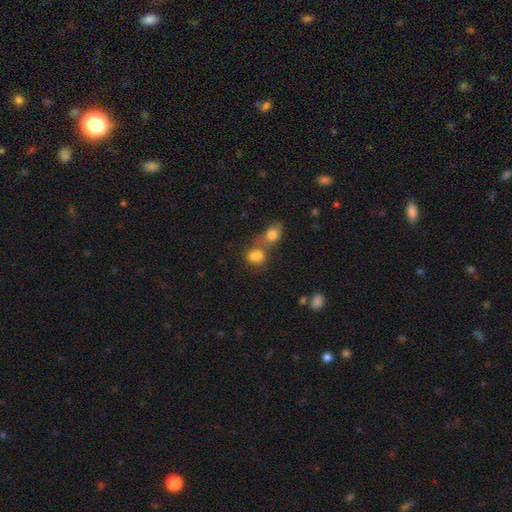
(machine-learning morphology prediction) Smooth or featured?
  - smooth: 78% *
  - star or artifact: 12%
  - featured or disk: 10%
How rounded?
  - in between: 56% *
  - round: 42%
  - cigar-shaped: 2%
Merging?
  - merger: 58% *
  - none: 28%
  - minor disturbance: 9%
  - major disturbance: 5%